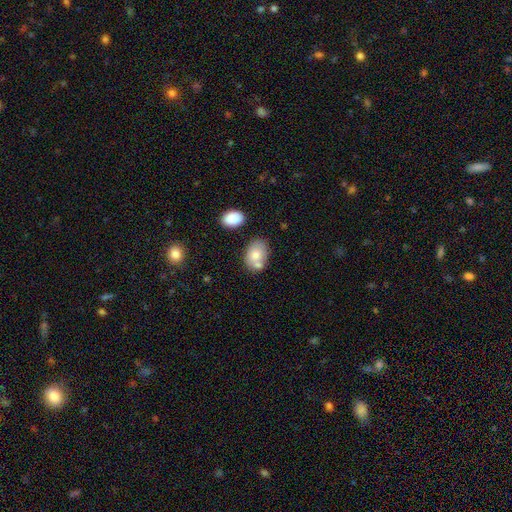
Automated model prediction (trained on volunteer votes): This is likely a smooth galaxy (75%). How rounded: clearly in between (82%). Merging: possibly none (54%).